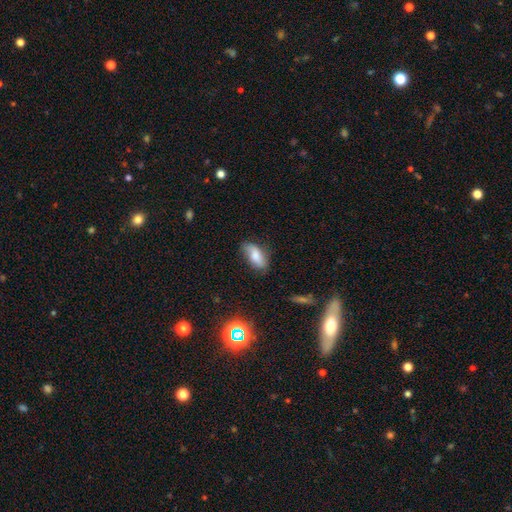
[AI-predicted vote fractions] Morphology: type=smooth (70%); roundness=in between (86%); merging=none (66%).